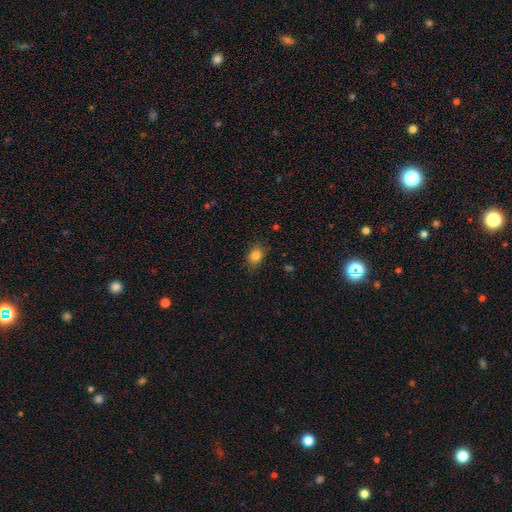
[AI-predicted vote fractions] smooth_or_featured: smooth (p=0.84) [alt: star or artifact p=0.11]
how_rounded: in between (p=0.59) [alt: round p=0.40]
merging: none (p=0.83) [alt: minor disturbance p=0.13]